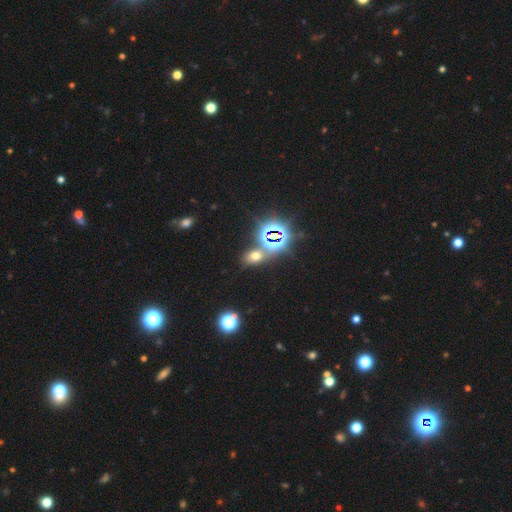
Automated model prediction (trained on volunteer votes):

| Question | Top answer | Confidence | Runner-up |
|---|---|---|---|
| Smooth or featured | smooth | 47% | star or artifact (44%) |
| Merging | none | 69% | merger (16%) |